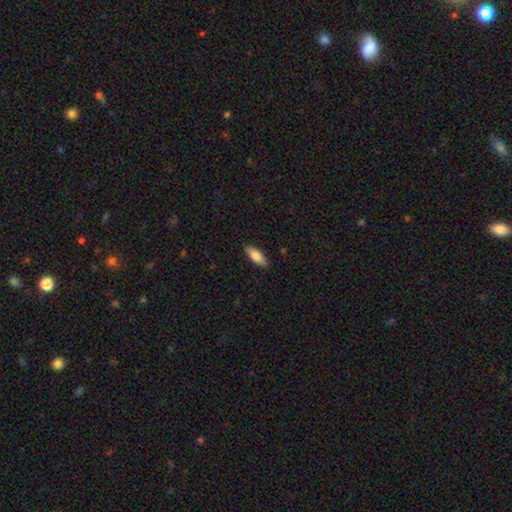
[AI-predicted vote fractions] Smooth or featured? smooth (76%)
How rounded? in between (62%)
Merging? none (88%)